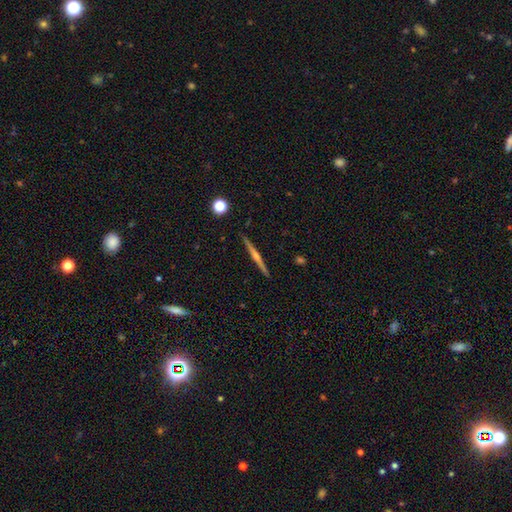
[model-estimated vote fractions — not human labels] Smooth or featured? featured or disk (79%)
Edge-on disk? yes (98%)
Edge-on bulge? rounded (80%)
Merging? none (92%)